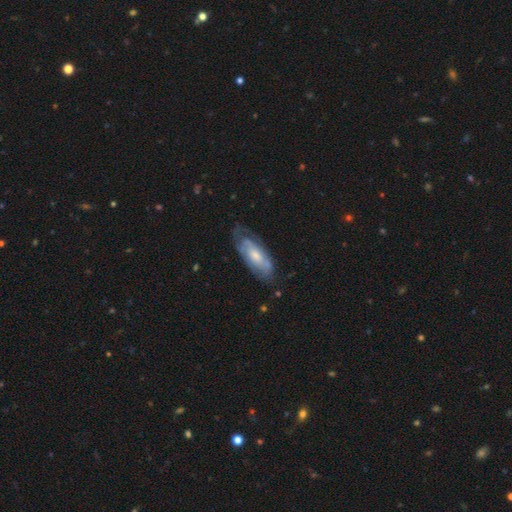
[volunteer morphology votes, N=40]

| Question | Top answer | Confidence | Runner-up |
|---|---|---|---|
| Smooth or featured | featured or disk | 72% | smooth (22%) |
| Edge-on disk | no | 83% | yes (17%) |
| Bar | no | 67% | weak (25%) |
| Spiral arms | yes | 71% | no (29%) |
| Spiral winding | tight | 59% | medium (35%) |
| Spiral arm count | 2 | 59% | can't tell (35%) |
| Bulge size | moderate | 54% | small (33%) |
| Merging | none | 76% | minor disturbance (11%) |